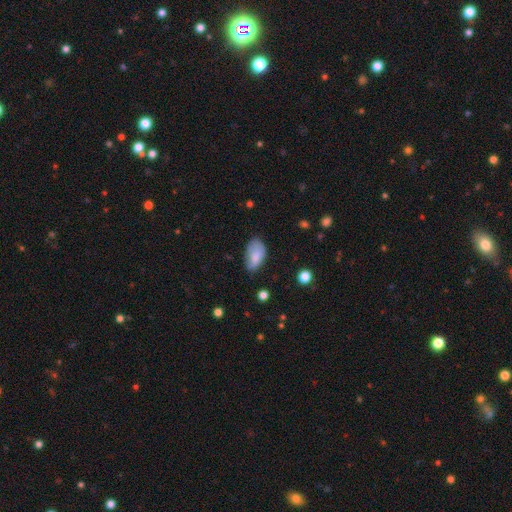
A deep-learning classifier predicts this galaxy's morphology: Smooth or featured? Predicted: smooth (p=0.79). How rounded? Predicted: in between (p=0.93). Merging? Predicted: none (p=0.58).